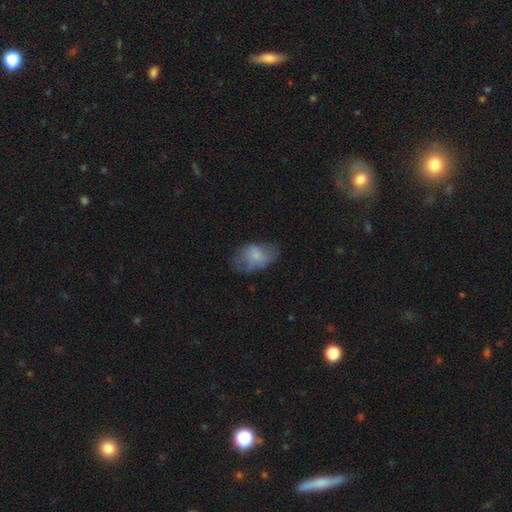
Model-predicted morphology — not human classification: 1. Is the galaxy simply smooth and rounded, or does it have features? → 67% smooth, 24% featured or disk, 9% star or artifact.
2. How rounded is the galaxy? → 87% in between, 12% round, 1% cigar-shaped.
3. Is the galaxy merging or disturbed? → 49% none, 29% minor disturbance, 20% major disturbance, 2% merger.